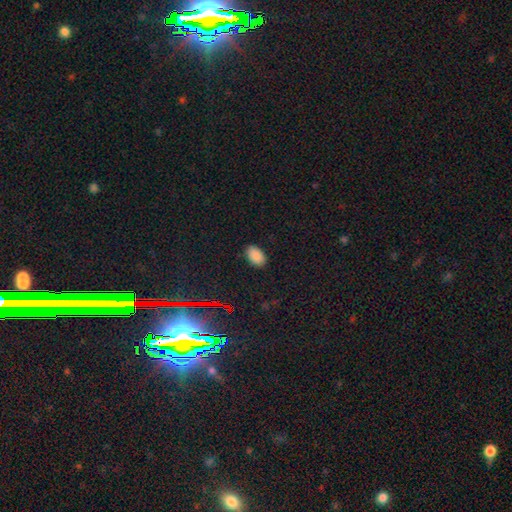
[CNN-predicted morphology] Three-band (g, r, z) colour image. It shows a smooth galaxy with no disk features (85%) that is in between round and cigar-shaped (92%). Merging: none (86%).